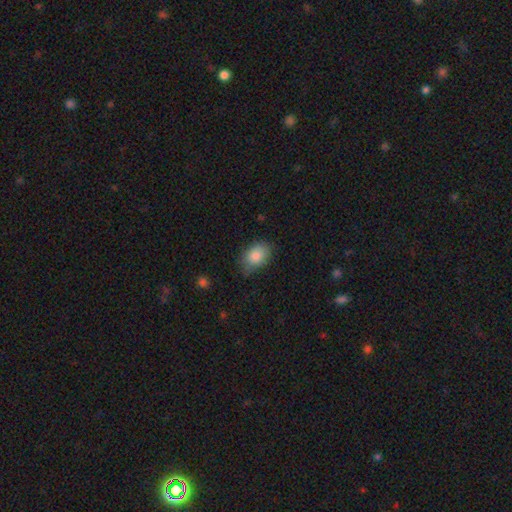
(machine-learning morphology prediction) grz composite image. It shows a smooth galaxy with no disk features (85%) that is in between round and cigar-shaped (83%). Merging: none (70%).